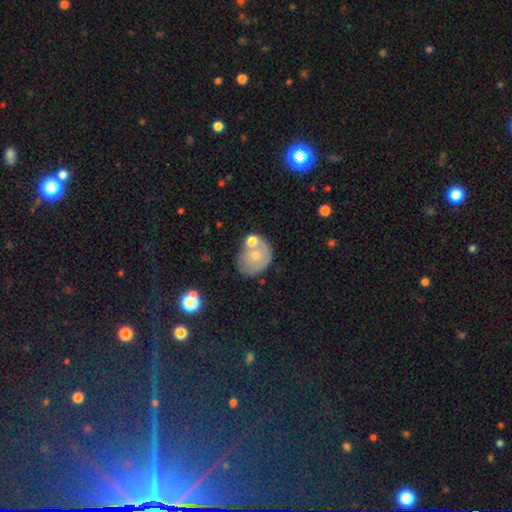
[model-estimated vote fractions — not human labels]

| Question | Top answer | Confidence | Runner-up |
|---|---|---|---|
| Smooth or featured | smooth | 56% | featured or disk (35%) |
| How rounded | round | 56% | in between (43%) |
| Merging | none | 45% | merger (25%) |